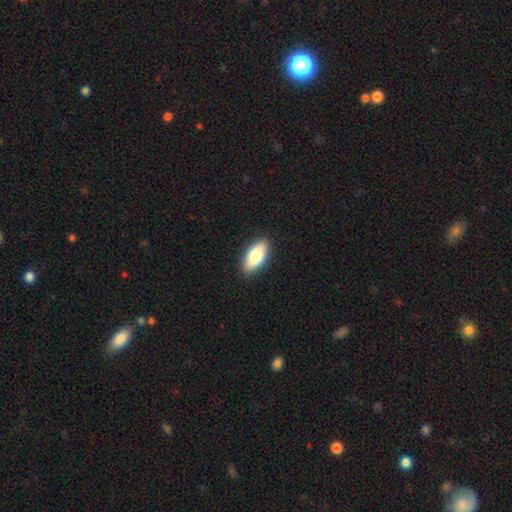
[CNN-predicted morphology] This appears to be a smooth galaxy with no disk features (75%) that is in between round and cigar-shaped (84%). Merging: none (90%).